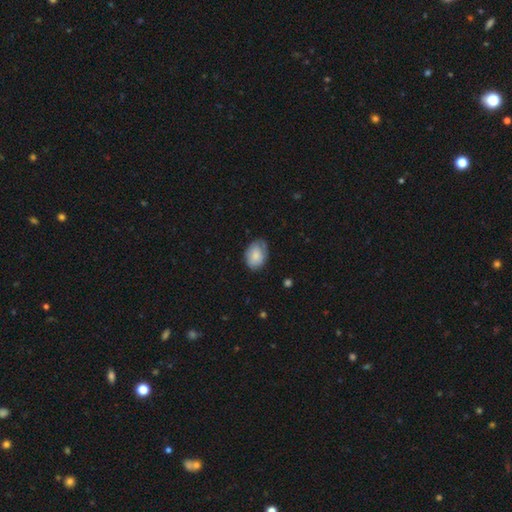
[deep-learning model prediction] smooth_or_featured: smooth (p=0.80) [alt: featured or disk p=0.14]
how_rounded: in between (p=0.79) [alt: round p=0.20]
merging: none (p=0.69) [alt: minor disturbance p=0.25]